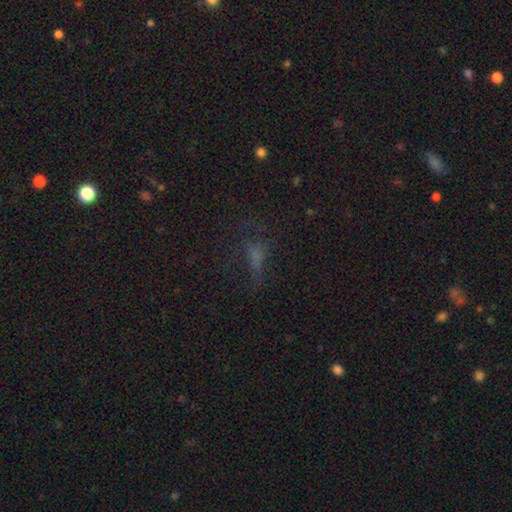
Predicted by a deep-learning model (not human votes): Overall: smooth (48%; star or artifact 31%). Merging: none (47%; major disturbance 30%).